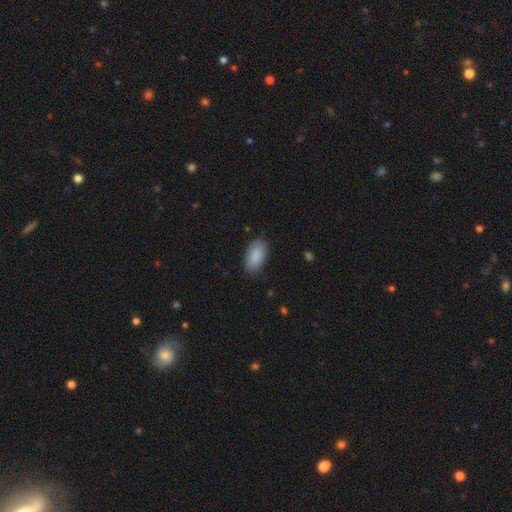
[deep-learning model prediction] Smooth or featured? Predicted: smooth (p=0.89). How rounded? Predicted: in between (p=0.94). Merging? Predicted: none (p=0.85).